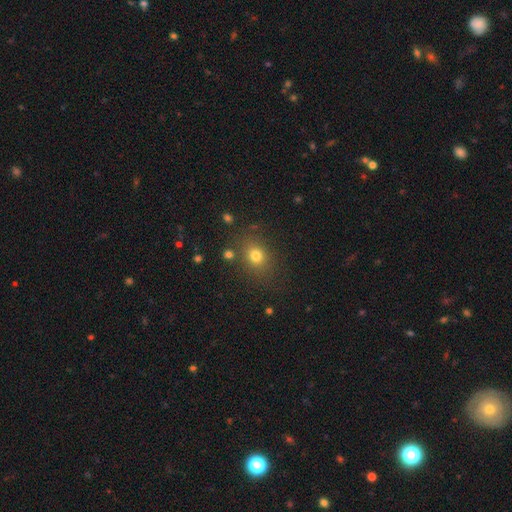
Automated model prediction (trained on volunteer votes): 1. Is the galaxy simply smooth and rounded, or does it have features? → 76% smooth, 16% star or artifact, 9% featured or disk.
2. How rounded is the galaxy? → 60% round, 39% in between, 1% cigar-shaped.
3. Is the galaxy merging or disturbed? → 78% none, 12% minor disturbance, 5% major disturbance, 5% merger.